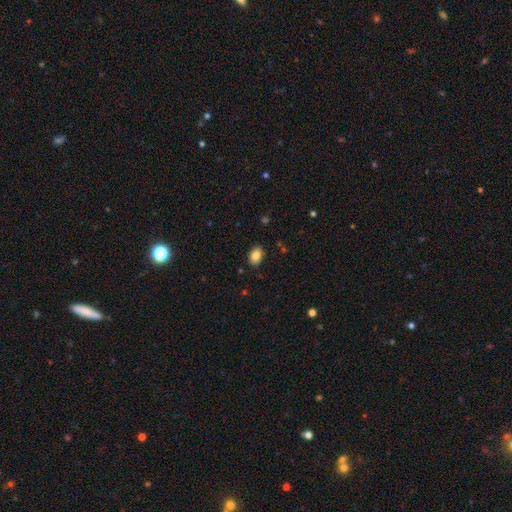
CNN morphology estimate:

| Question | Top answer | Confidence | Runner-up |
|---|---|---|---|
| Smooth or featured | smooth | 85% | star or artifact (8%) |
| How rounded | in between | 82% | round (16%) |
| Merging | none | 88% | minor disturbance (9%) |